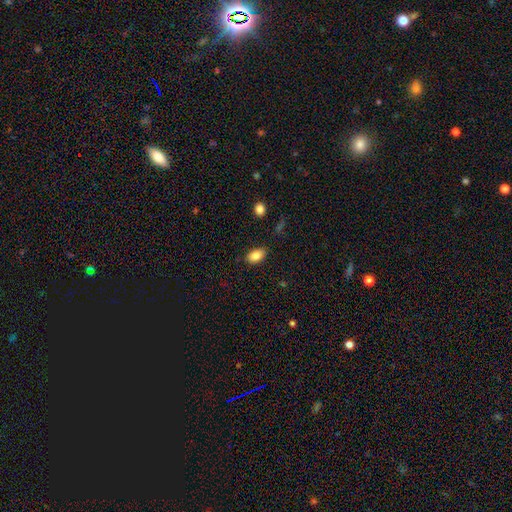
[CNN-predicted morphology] A smooth galaxy with no disk features (84%) that is in between round and cigar-shaped (91%). Merging: none (85%).